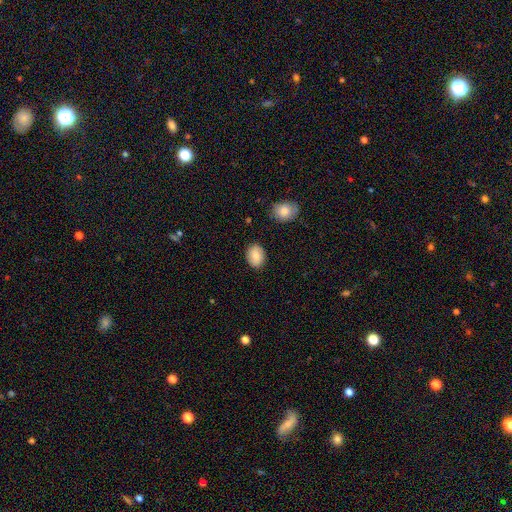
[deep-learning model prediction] The model was most divided on "how rounded": in between: 63%, round: 36%, cigar-shaped: 1%. More confident: merging — none (86%); smooth or featured — smooth (82%).